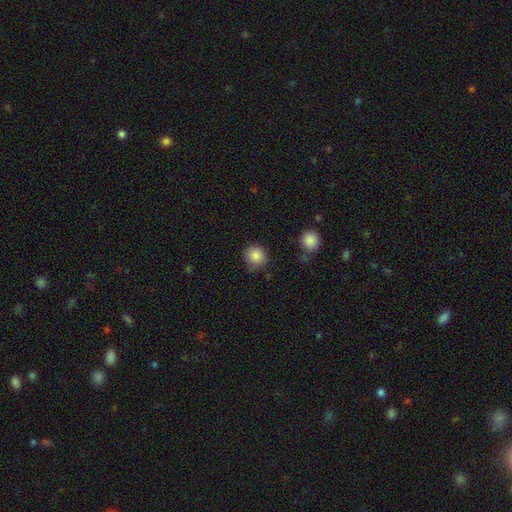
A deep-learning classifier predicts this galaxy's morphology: Q: Smooth or featured?
A: smooth (86%); runner-up: star or artifact (10%)
Q: How rounded?
A: round (91%); runner-up: in between (8%)
Q: Merging?
A: none (82%); runner-up: minor disturbance (12%)